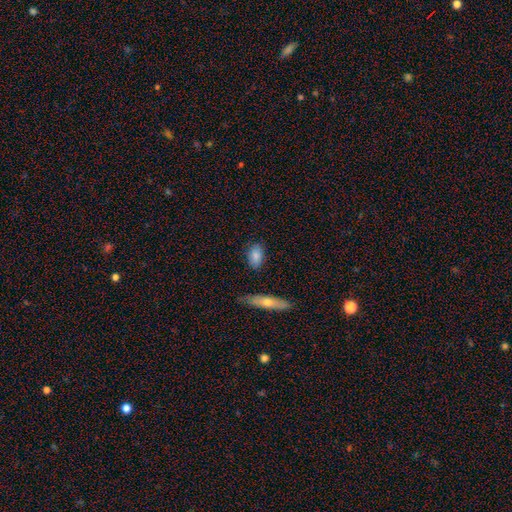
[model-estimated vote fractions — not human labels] Smooth or featured? Predicted: smooth (p=0.82). How rounded? Predicted: in between (p=0.86). Merging? Predicted: none (p=0.78).